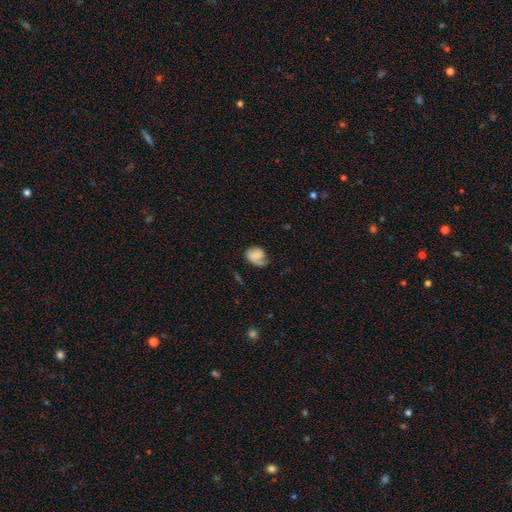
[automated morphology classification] A smooth galaxy with no disk features (51%) that is in between round and cigar-shaped (61%).

Vote fractions:
- Smooth or featured? smooth: 51% / featured or disk: 40% / star or artifact: 8%
- How rounded? in between: 61% / round: 38% / cigar-shaped: 1%
- Merging? none: 46% / minor disturbance: 30% / major disturbance: 22% / merger: 2%